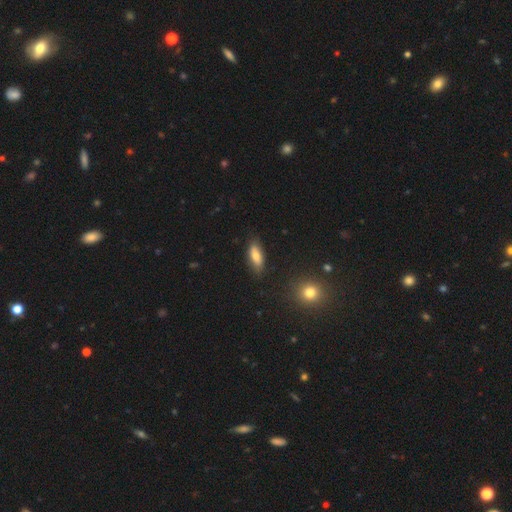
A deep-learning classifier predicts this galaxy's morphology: smooth_or_featured: smooth (p=0.72) [alt: featured or disk p=0.21]
how_rounded: in between (p=0.71) [alt: cigar-shaped p=0.26]
merging: none (p=0.81) [alt: minor disturbance p=0.14]